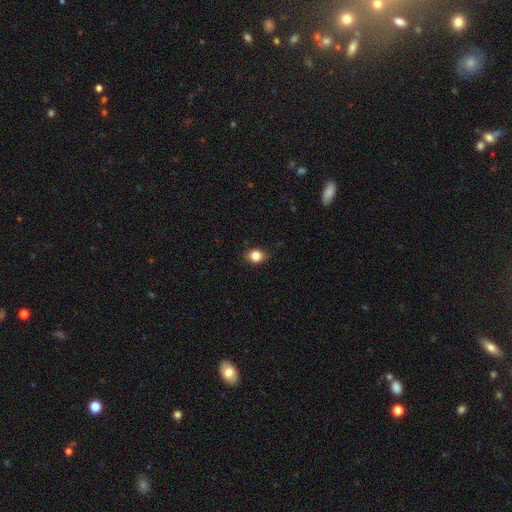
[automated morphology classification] Overall: smooth (84%). How rounded: in between (55%; round 44%). Merging: none (85%).